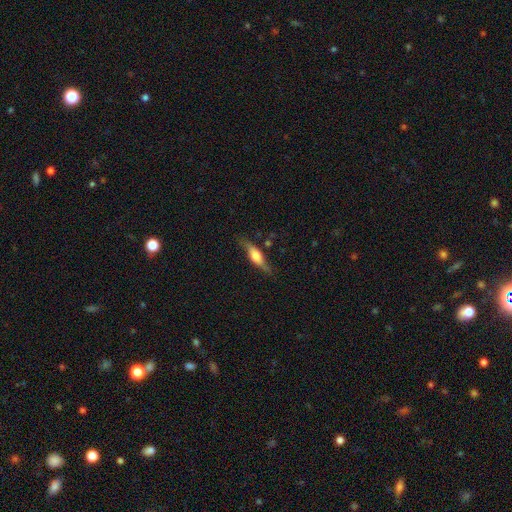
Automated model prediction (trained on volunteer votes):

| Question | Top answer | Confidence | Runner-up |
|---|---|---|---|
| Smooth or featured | featured or disk | 55% | smooth (38%) |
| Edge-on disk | yes | 79% | no (21%) |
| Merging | none | 73% | minor disturbance (20%) |